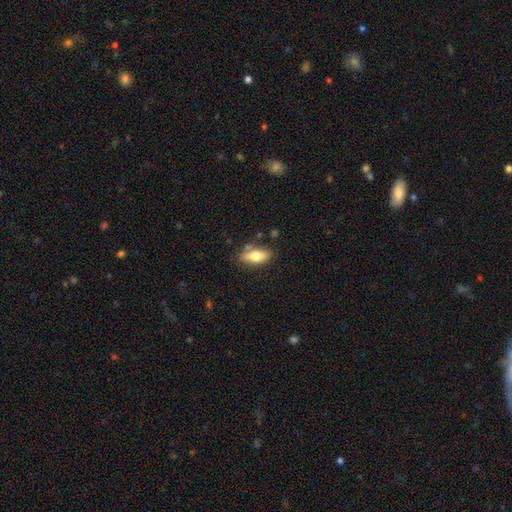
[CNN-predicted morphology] type=smooth (65%); roundness=in between (74%); merging=none (76%).